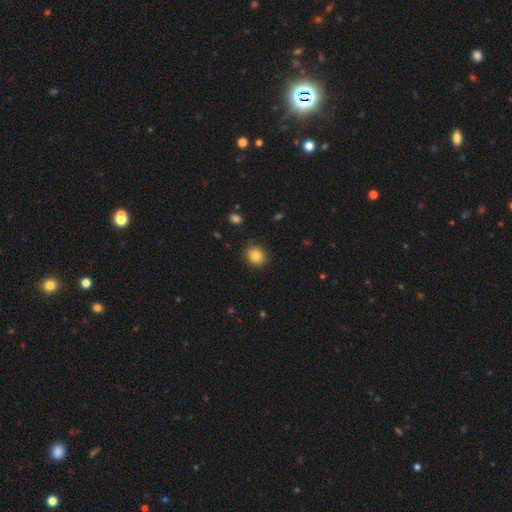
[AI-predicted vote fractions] This appears to be a smooth galaxy with no disk features (83%) that is round (75%). Merging: none (88%).